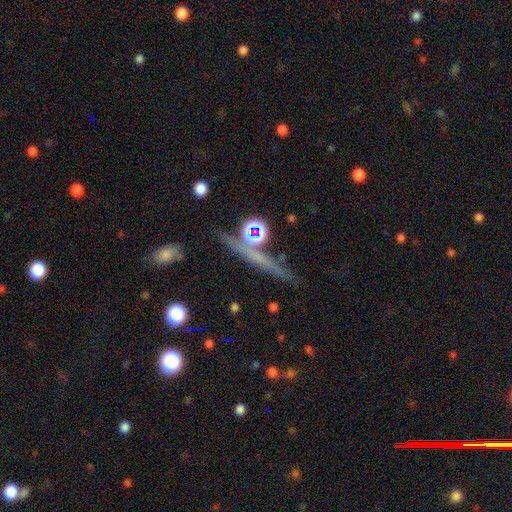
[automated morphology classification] smooth-or-featured: featured or disk: 35% | star or artifact: 33% | smooth: 32%
  merging: none: 73% | minor disturbance: 12% | merger: 10% | major disturbance: 6%